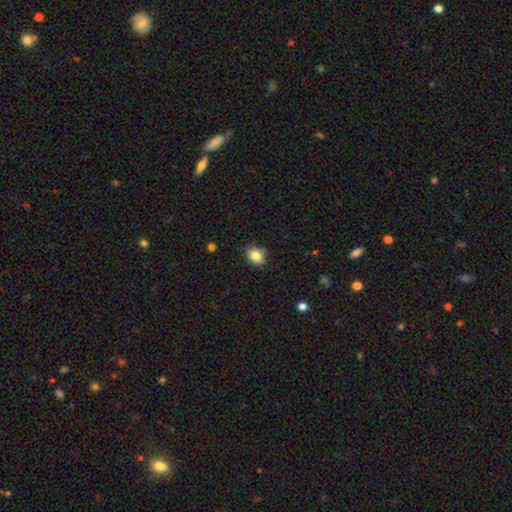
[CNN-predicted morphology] Smooth or featured: smooth — 84% (star or artifact — 9%)
How rounded: in between — 60% (round — 39%)
Merging: none — 84% (minor disturbance — 12%)